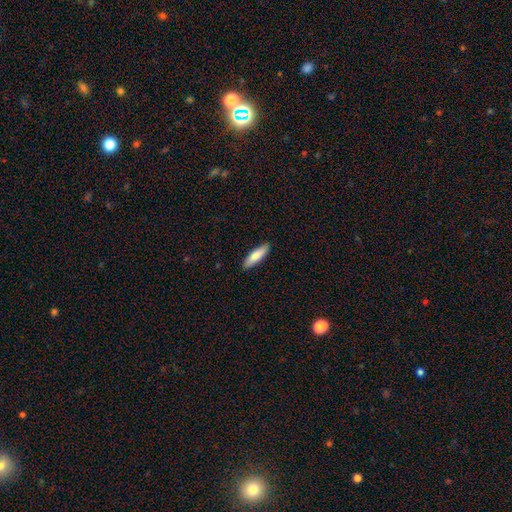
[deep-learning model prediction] Smooth or featured? smooth (81%)
How rounded? cigar-shaped (68%)
Merging? none (90%)